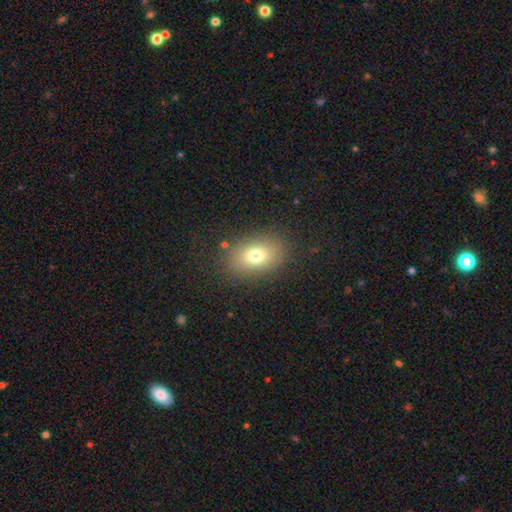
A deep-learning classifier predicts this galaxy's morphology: Smooth or featured? smooth (75%)
How rounded? in between (77%)
Merging? none (84%)